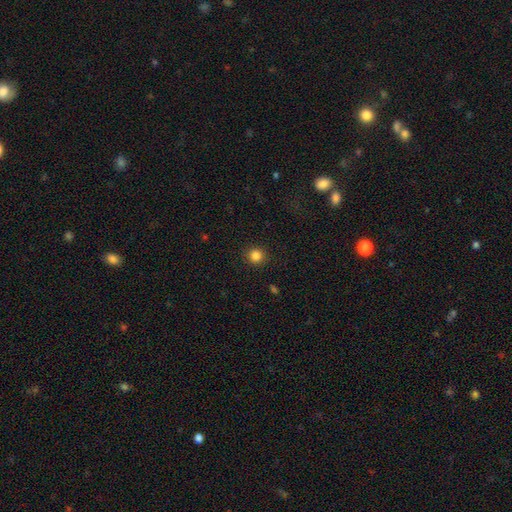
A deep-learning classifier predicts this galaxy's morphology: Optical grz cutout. It shows a smooth galaxy with no disk features (85%) that is round (93%). Merging: none (91%).